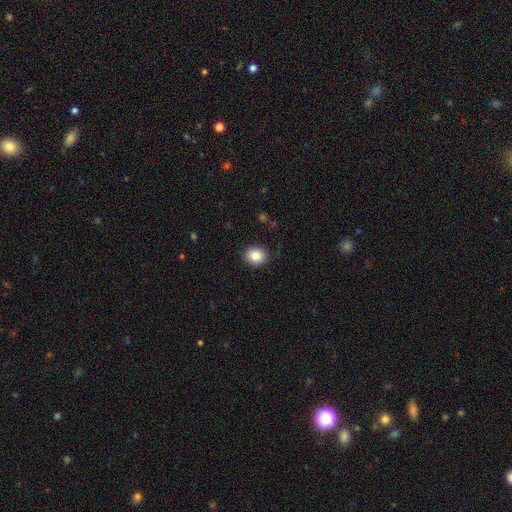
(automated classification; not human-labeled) This is clearly a smooth galaxy (86%). How rounded: likely round (62%). Merging: clearly none (89%).